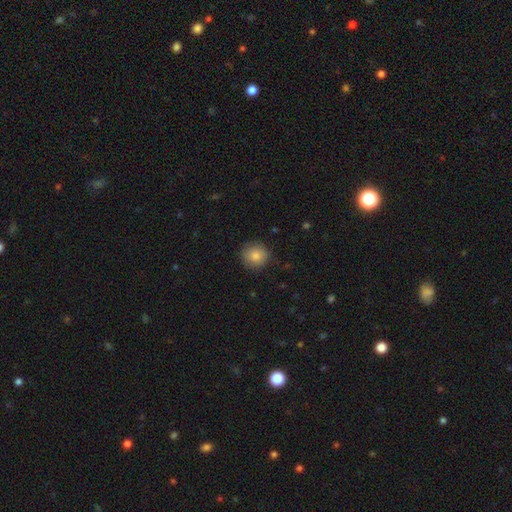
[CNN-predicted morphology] This is clearly a smooth galaxy (86%). How rounded: clearly round (90%). Merging: clearly none (87%).